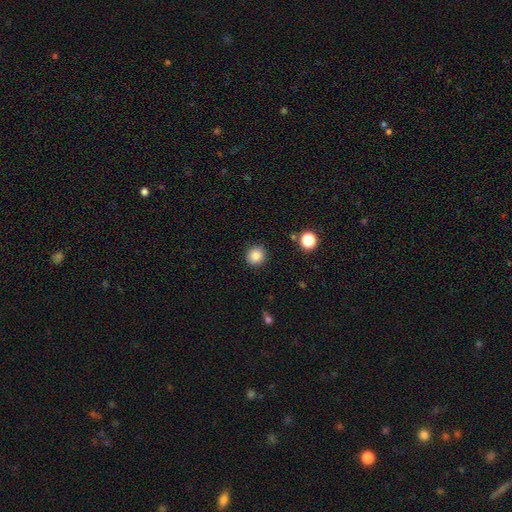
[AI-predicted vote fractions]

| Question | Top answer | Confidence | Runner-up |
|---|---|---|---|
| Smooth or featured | smooth | 86% | star or artifact (10%) |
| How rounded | round | 87% | in between (12%) |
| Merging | none | 90% | minor disturbance (7%) |